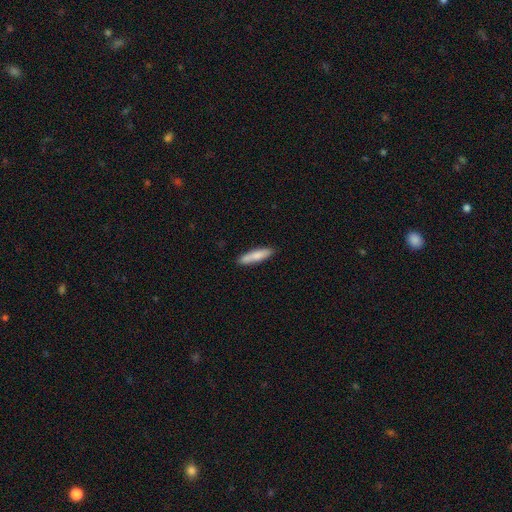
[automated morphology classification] smooth_or_featured: smooth (p=0.80) [alt: featured or disk p=0.14]
how_rounded: cigar-shaped (p=0.81) [alt: in between p=0.17]
merging: none (p=0.86) [alt: minor disturbance p=0.10]